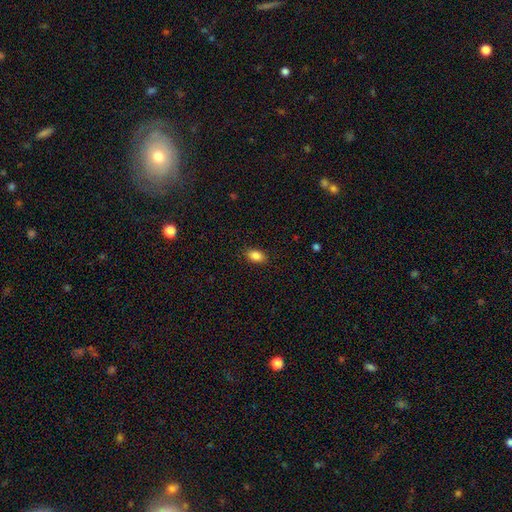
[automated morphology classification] The model was most divided on "smooth or featured": smooth: 86%, star or artifact: 9%, featured or disk: 5%. More confident: how rounded — in between (89%); merging — none (88%).